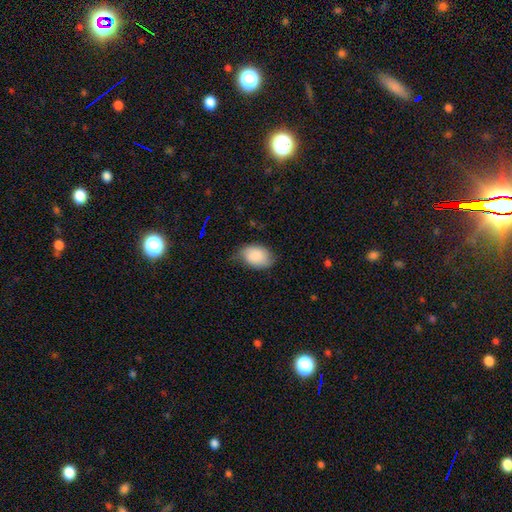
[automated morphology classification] Smooth or featured?
  - smooth: 84% *
  - featured or disk: 9%
  - star or artifact: 7%
How rounded?
  - in between: 87% *
  - round: 12%
  - cigar-shaped: 1%
Merging?
  - none: 55% *
  - minor disturbance: 35%
  - major disturbance: 9%
  - merger: 2%